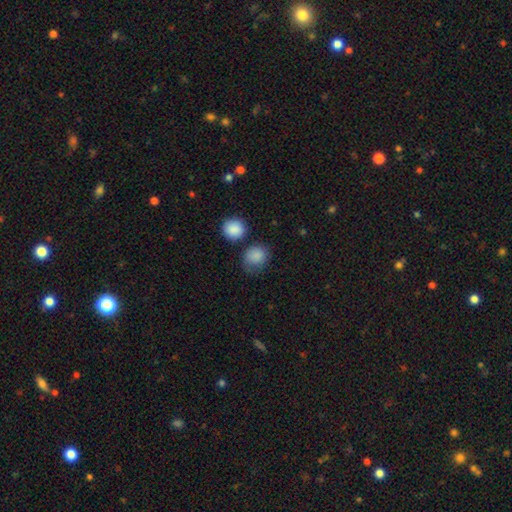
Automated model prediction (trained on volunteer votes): This appears to be a smooth galaxy with no disk features (87%) that is round (69%). Merging: none (61%).